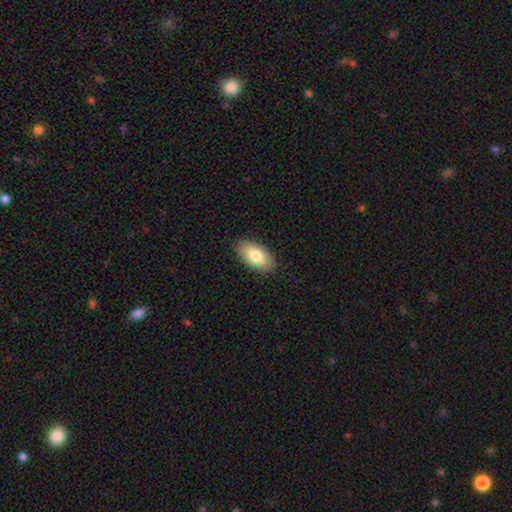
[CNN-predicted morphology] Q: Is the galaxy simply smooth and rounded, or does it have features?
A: smooth — 81%.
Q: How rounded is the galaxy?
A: in between — 94%.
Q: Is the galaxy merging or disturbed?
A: none — 88%.